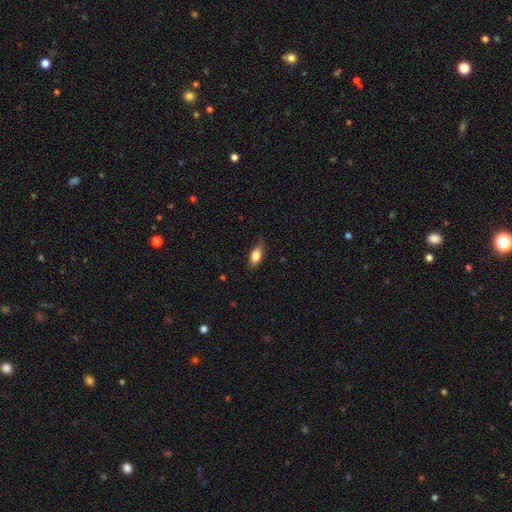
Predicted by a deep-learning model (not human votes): A smooth galaxy with no disk features (76%) that is in between round and cigar-shaped (80%). Merging: none (75%).